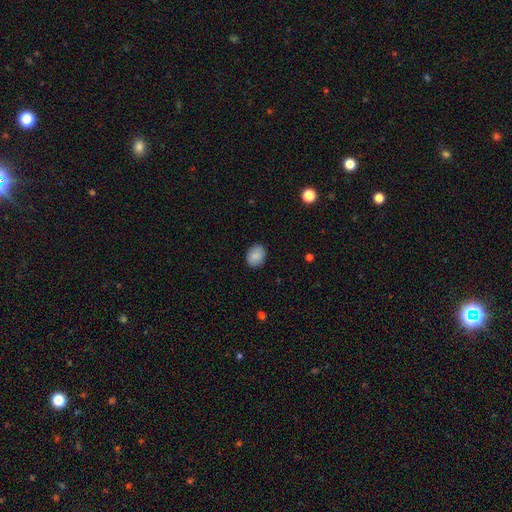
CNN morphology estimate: Smooth or featured: smooth — 87% (star or artifact — 8%)
How rounded: in between — 52% (round — 47%)
Merging: none — 87% (minor disturbance — 9%)